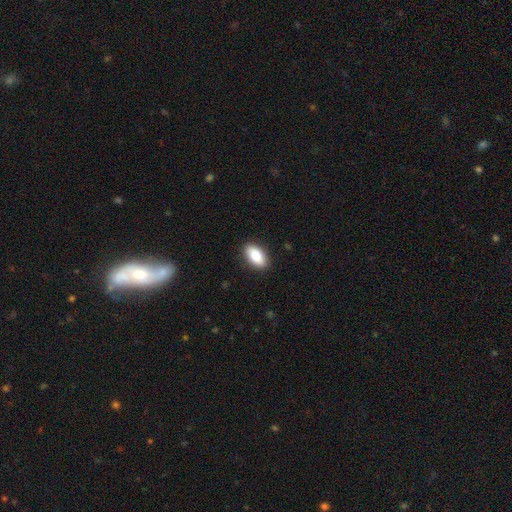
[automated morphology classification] This is clearly a smooth galaxy (86%). How rounded: clearly in between (92%). Merging: clearly none (89%).